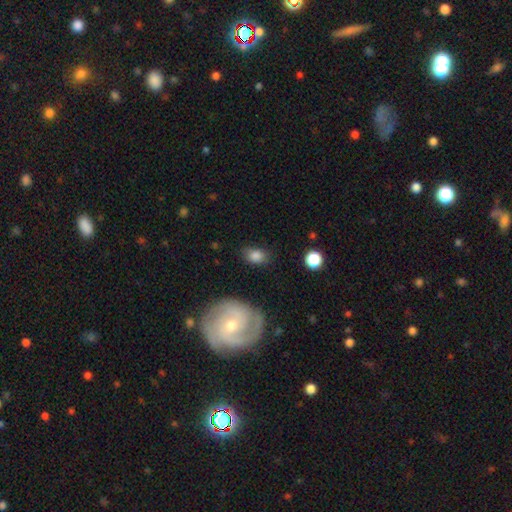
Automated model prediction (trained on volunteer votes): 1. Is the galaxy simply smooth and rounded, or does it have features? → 83% smooth, 9% star or artifact, 8% featured or disk.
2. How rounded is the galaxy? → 78% in between, 20% round, 2% cigar-shaped.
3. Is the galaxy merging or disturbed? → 77% none, 16% minor disturbance, 5% major disturbance, 3% merger.